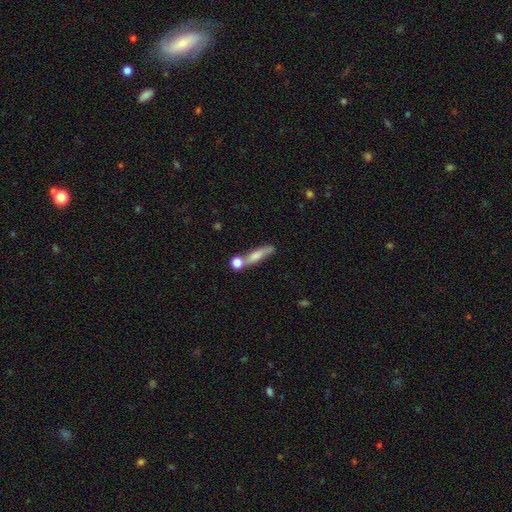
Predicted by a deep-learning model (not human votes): Overall: smooth (65%; featured or disk 26%). How rounded: cigar-shaped (71%). Merging: none (50%; merger 26%).